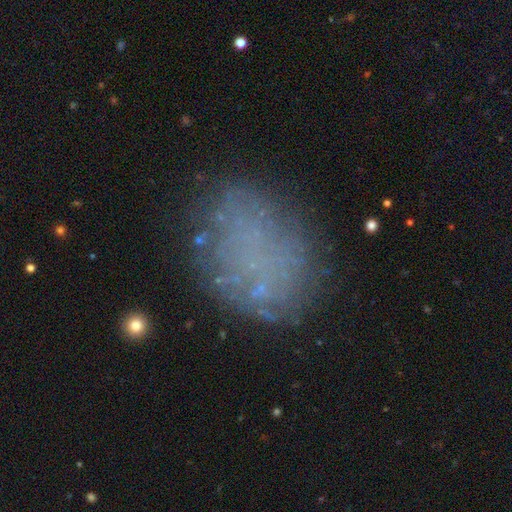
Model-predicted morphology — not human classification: A smooth galaxy with no disk features (50%). Merging: none (70%).